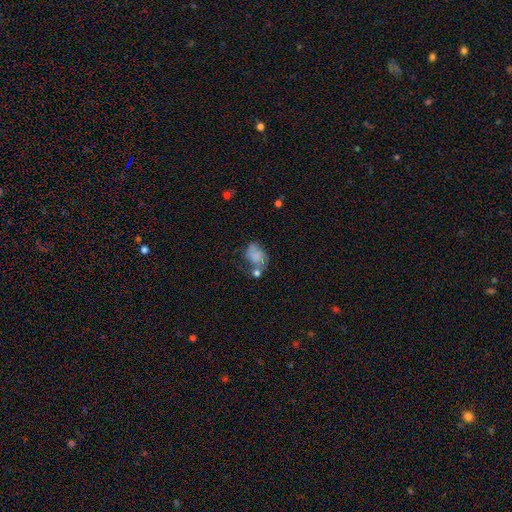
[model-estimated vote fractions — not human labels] This appears to be a smooth galaxy with no disk features (65%) that is in between round and cigar-shaped (74%). Merging: none (33%).